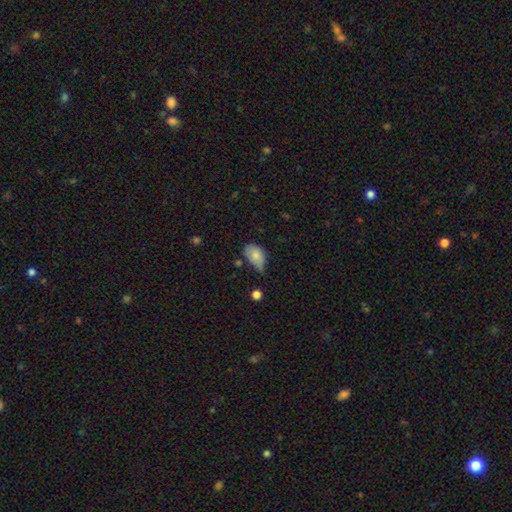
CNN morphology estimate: Smooth or featured: smooth — 80% (featured or disk — 12%)
How rounded: in between — 87% (round — 12%)
Merging: minor disturbance — 49% (none — 32%)